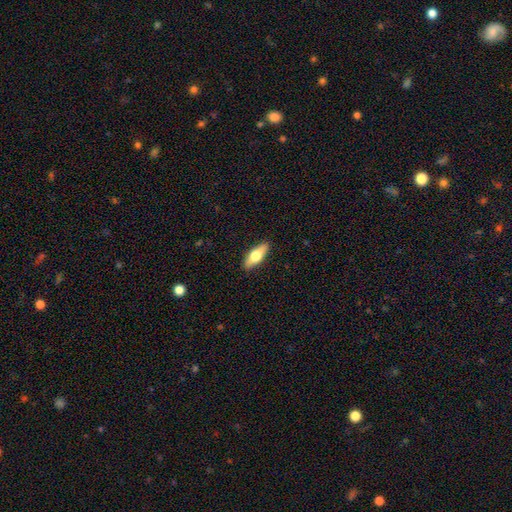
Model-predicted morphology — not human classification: Q: Smooth or featured?
A: smooth (64%); runner-up: featured or disk (30%)
Q: How rounded?
A: in between (71%); runner-up: cigar-shaped (26%)
Q: Merging?
A: none (89%); runner-up: minor disturbance (8%)